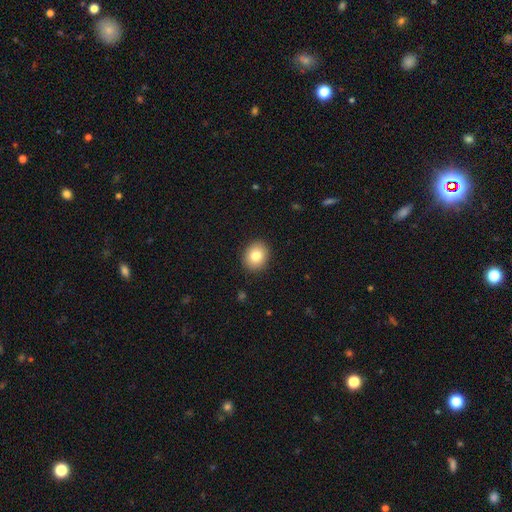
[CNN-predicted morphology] Q: Smooth or featured?
A: smooth (80%); runner-up: featured or disk (10%)
Q: How rounded?
A: round (66%); runner-up: in between (34%)
Q: Merging?
A: none (91%); runner-up: minor disturbance (7%)